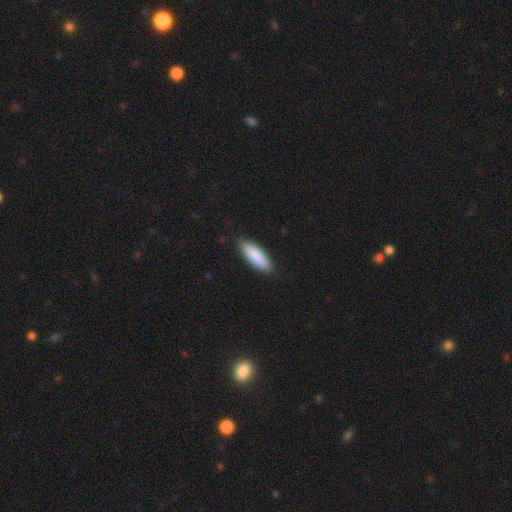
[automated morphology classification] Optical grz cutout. It shows a smooth galaxy with no disk features (89%) that is in between round and cigar-shaped (56%). Merging: none (87%).